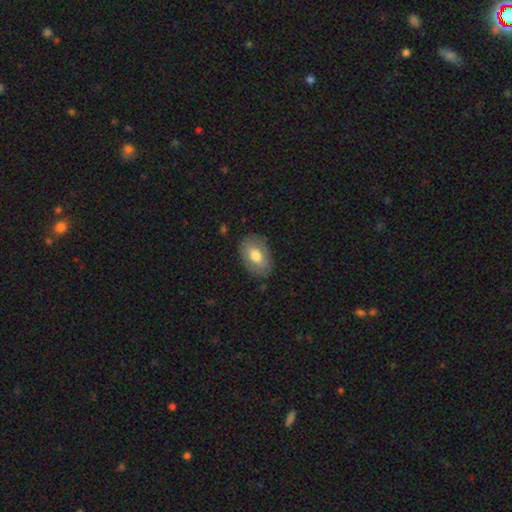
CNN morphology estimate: smooth-or-featured: smooth: 71% | featured or disk: 22% | star or artifact: 7%
  how-rounded: in between: 89% | round: 10% | cigar-shaped: 1%
  merging: none: 82% | minor disturbance: 13% | major disturbance: 3% | merger: 1%